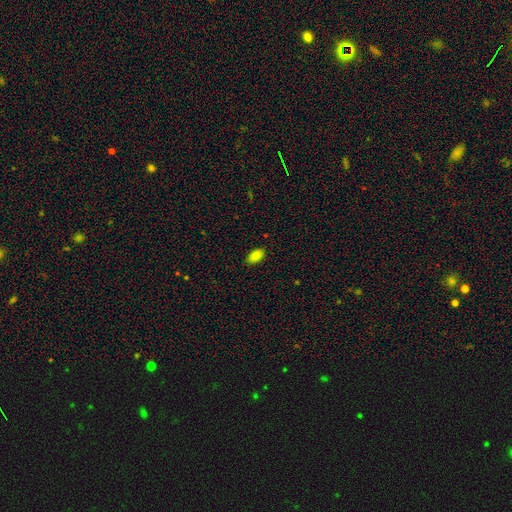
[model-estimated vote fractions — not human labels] A smooth galaxy with no disk features (86%) that is in between round and cigar-shaped (93%). Merging: none (86%).